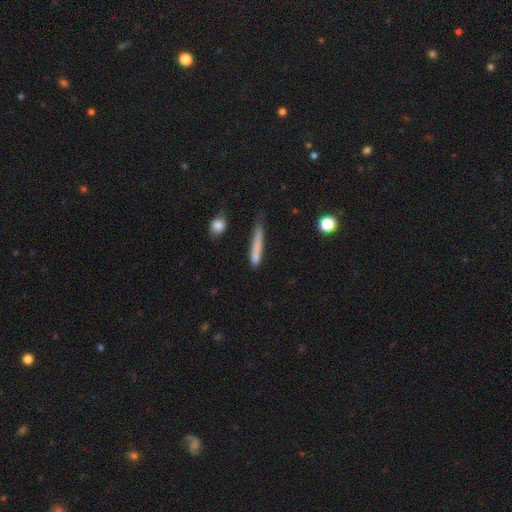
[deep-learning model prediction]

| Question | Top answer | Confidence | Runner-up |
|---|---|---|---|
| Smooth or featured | smooth | 76% | featured or disk (17%) |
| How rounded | cigar-shaped | 90% | in between (8%) |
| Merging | none | 55% | minor disturbance (29%) |